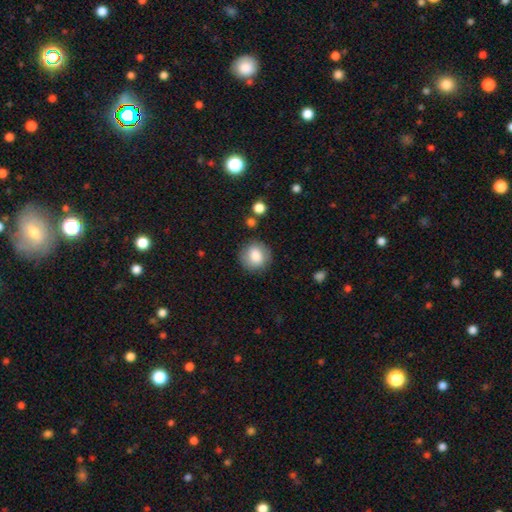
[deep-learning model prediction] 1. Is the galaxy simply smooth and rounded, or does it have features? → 82% smooth, 10% featured or disk, 8% star or artifact.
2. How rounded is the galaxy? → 86% round, 13% in between, 1% cigar-shaped.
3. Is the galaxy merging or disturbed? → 83% none, 11% minor disturbance, 3% major disturbance, 2% merger.